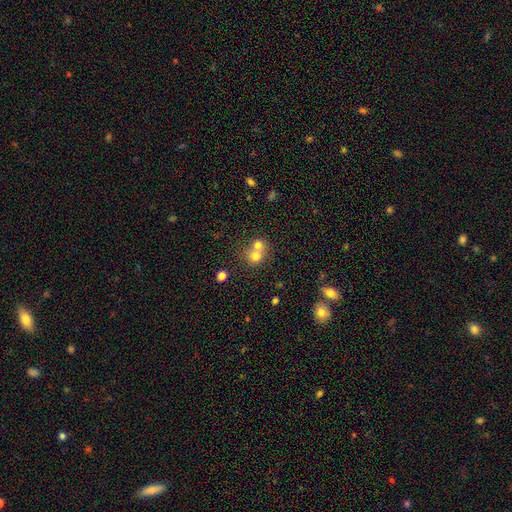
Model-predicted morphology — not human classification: A smooth galaxy with no disk features (71%) that is round (81%). Merging: merger (60%).